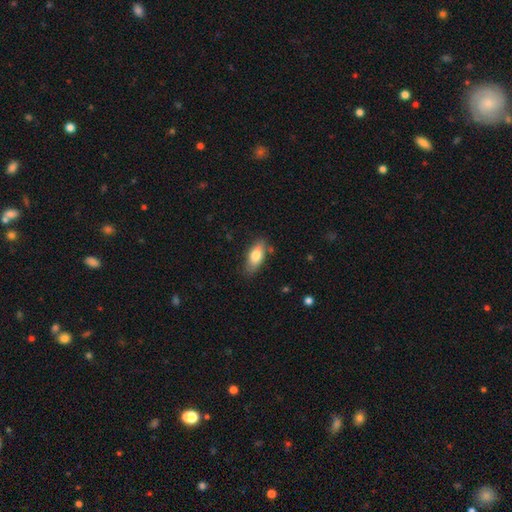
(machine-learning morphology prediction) The model was most divided on "smooth or featured": smooth: 75%, featured or disk: 18%, star or artifact: 7%. More confident: how rounded — in between (84%); merging — none (77%).